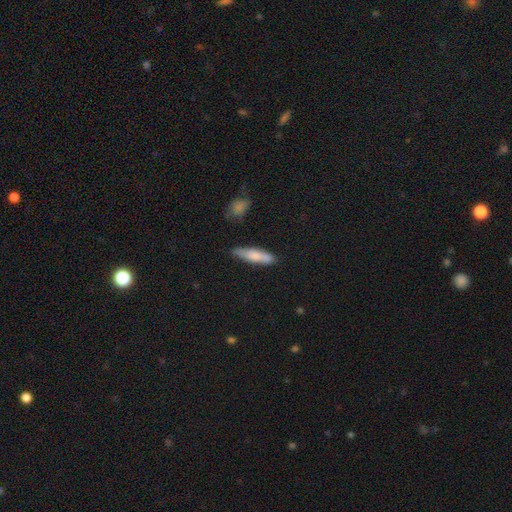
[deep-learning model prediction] The model was most divided on "how rounded": cigar-shaped: 72%, in between: 26%, round: 2%. More confident: smooth or featured — smooth (76%); merging — none (73%).